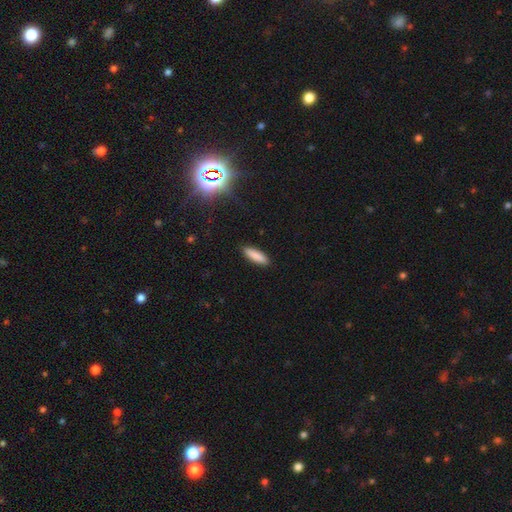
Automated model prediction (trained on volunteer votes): Overall: smooth (87%). How rounded: cigar-shaped (60%; in between 39%). Merging: none (90%).